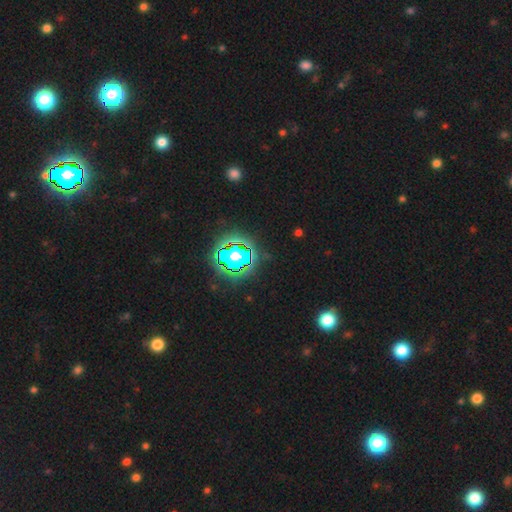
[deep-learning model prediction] Morphology: type=star or artifact (78%).